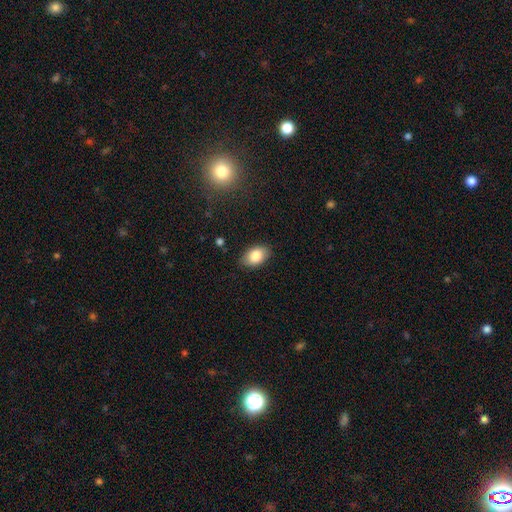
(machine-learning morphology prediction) type=smooth (84%); roundness=in between (90%); merging=none (86%).